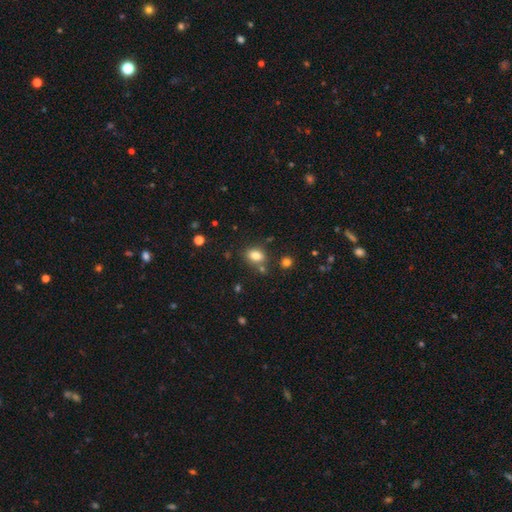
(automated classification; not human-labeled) This appears to be a smooth galaxy with no disk features (82%) that is in between round and cigar-shaped (71%). Merging: none (73%).